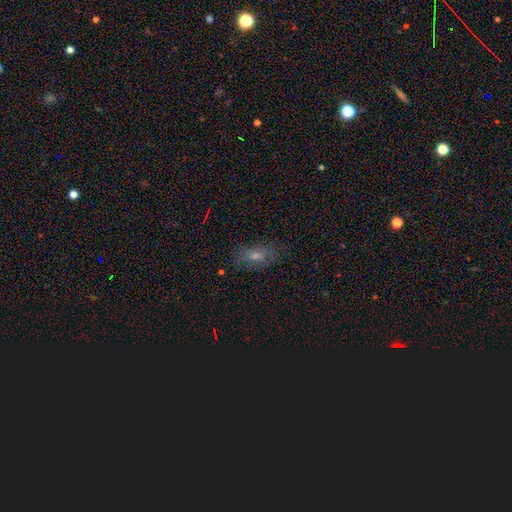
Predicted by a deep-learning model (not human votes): The model was most divided on "smooth or featured": smooth: 42%, featured or disk: 32%, star or artifact: 26%. More confident: merging — none (77%).